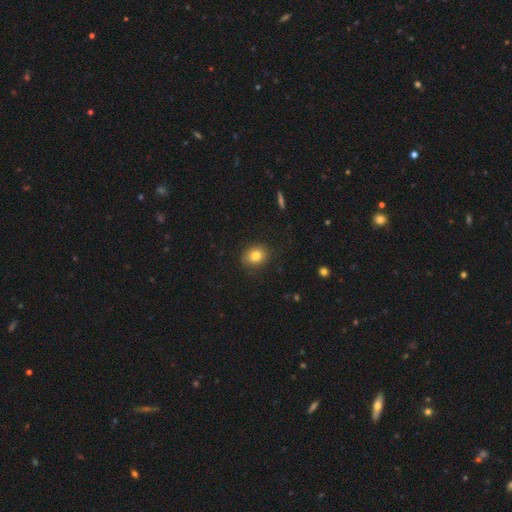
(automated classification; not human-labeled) Q: Smooth or featured?
A: smooth (81%); runner-up: star or artifact (10%)
Q: How rounded?
A: round (52%); runner-up: in between (47%)
Q: Merging?
A: none (84%); runner-up: minor disturbance (12%)